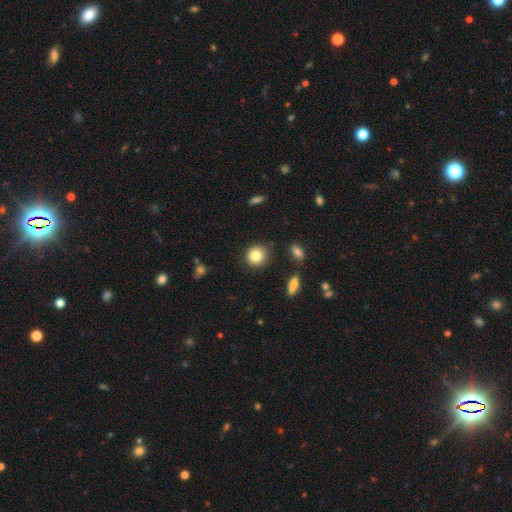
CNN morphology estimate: Smooth or featured? smooth (83%)
How rounded? round (87%)
Merging? none (87%)